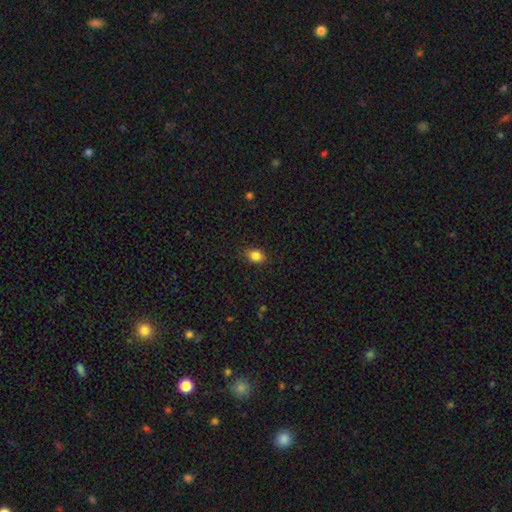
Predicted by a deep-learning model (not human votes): smooth 84%, star or artifact 10%, featured or disk 6%. Down the decision tree: how rounded — in between (67%); merging — none (86%).